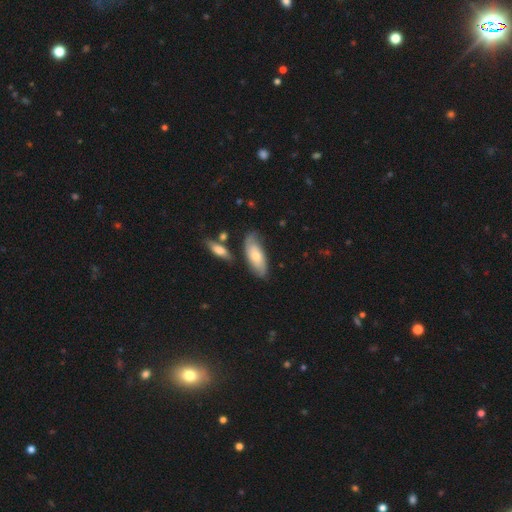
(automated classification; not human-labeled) Smooth or featured: smooth — 52% (featured or disk — 42%)
How rounded: in between — 80% (cigar-shaped — 17%)
Merging: none — 67% (minor disturbance — 22%)